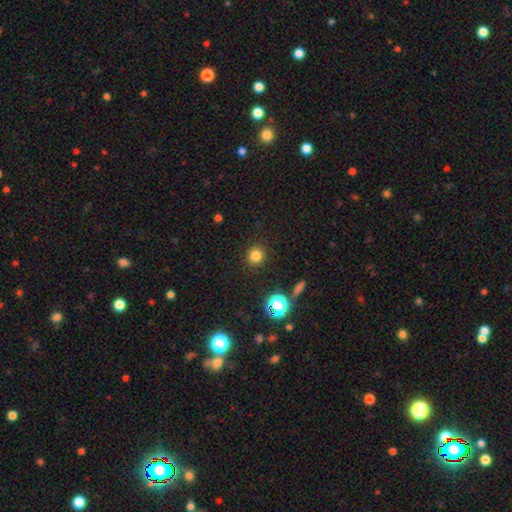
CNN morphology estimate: This appears to be a smooth galaxy with no disk features (80%) that is round (91%). Merging: none (91%).